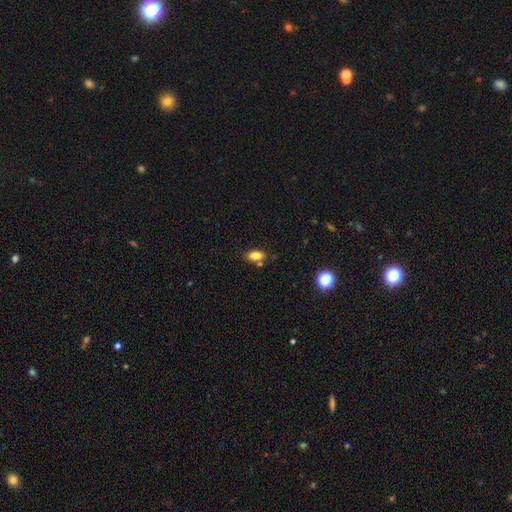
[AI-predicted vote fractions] Smooth or featured? Predicted: smooth (p=0.81). How rounded? Predicted: in between (p=0.87). Merging? Predicted: none (p=0.73).